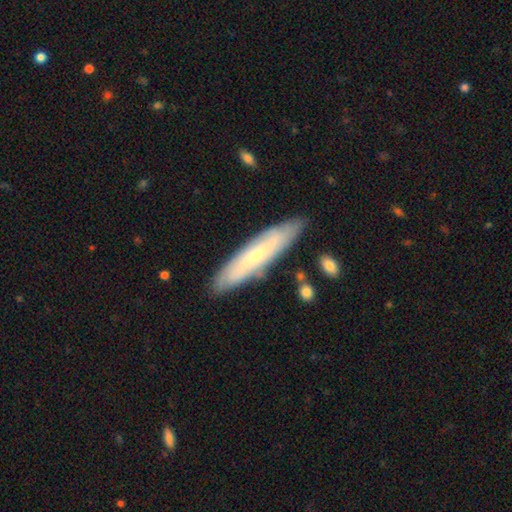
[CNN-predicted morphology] smooth-or-featured: featured or disk: 57% | smooth: 37% | star or artifact: 6%
  disk-edge-on: yes: 53% | no: 47%
  merging: none: 84% | minor disturbance: 11% | major disturbance: 2% | merger: 2%